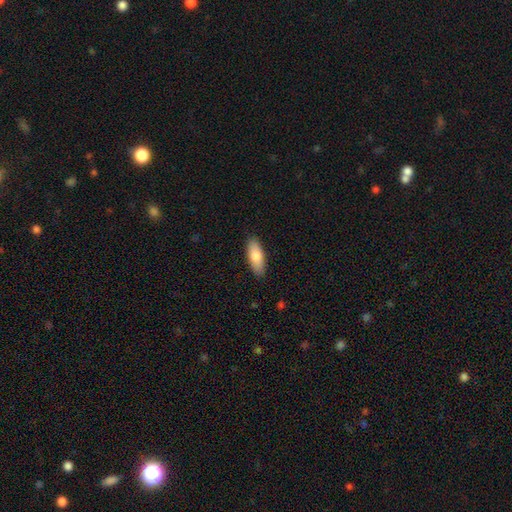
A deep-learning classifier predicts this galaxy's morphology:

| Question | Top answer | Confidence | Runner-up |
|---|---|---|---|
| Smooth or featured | smooth | 80% | featured or disk (14%) |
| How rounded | in between | 73% | cigar-shaped (25%) |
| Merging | none | 88% | minor disturbance (9%) |